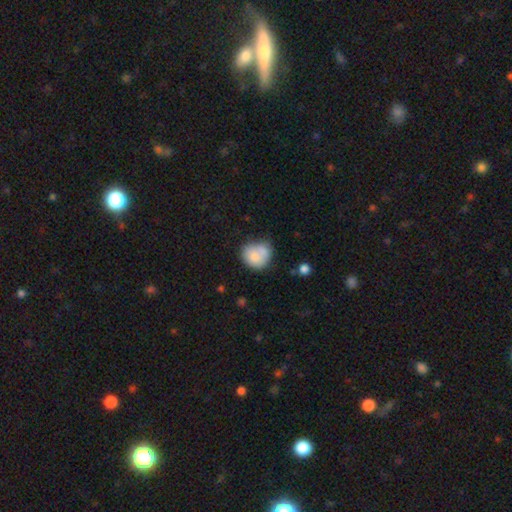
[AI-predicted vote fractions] Morphology: type=smooth (76%); roundness=round (74%); merging=none (42%).